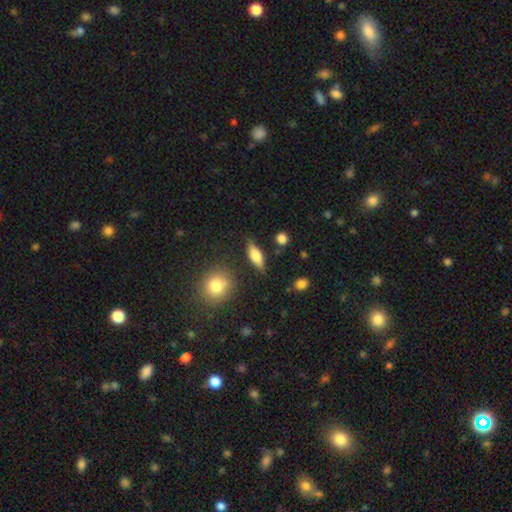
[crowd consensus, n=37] Smooth or featured? smooth (65%)
How rounded? in between (50%)
Merging? none (76%)